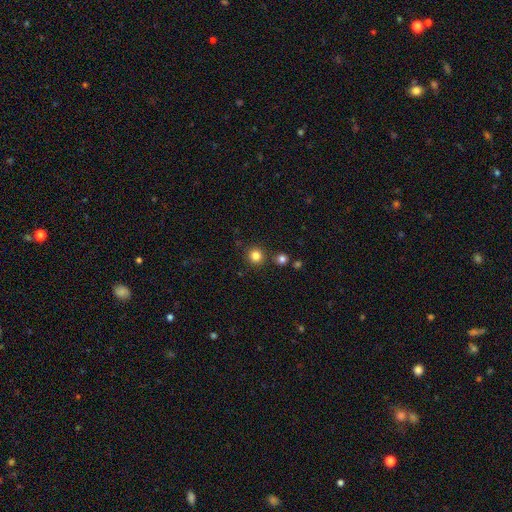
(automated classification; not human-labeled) smooth 83%, star or artifact 13%, featured or disk 5%. Down the decision tree: how rounded — round (94%); merging — none (86%).